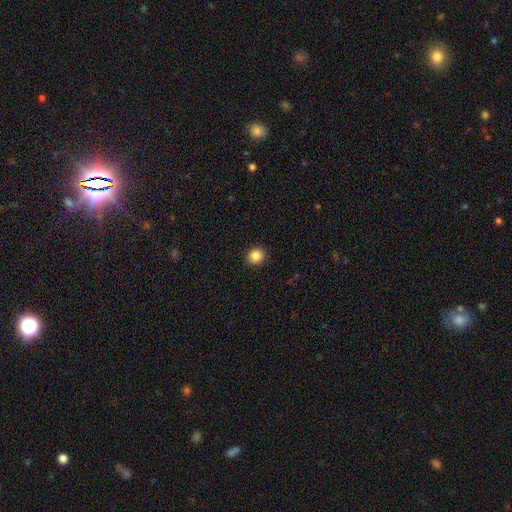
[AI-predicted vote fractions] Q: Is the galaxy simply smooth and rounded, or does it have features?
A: smooth — 86%.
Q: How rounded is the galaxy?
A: round — 87%.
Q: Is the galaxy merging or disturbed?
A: none — 92%.